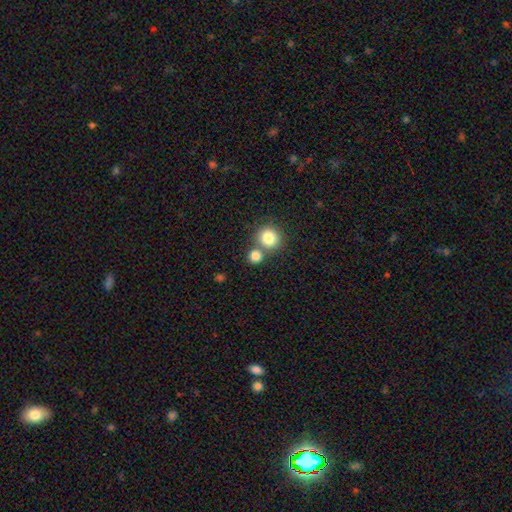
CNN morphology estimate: Smooth or featured?
  - smooth: 82% *
  - star or artifact: 12%
  - featured or disk: 6%
How rounded?
  - round: 87% *
  - in between: 12%
  - cigar-shaped: 1%
Merging?
  - none: 60% *
  - merger: 31%
  - minor disturbance: 7%
  - major disturbance: 3%